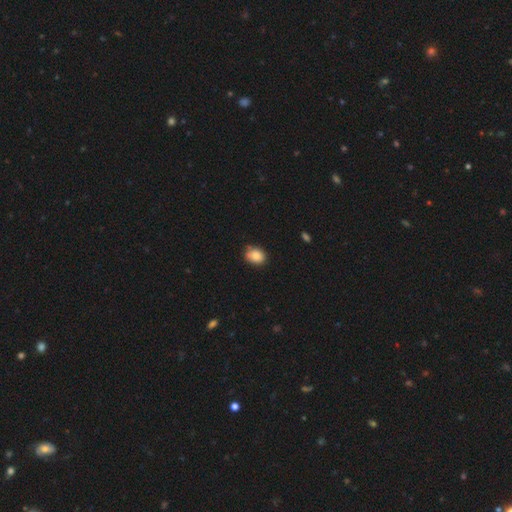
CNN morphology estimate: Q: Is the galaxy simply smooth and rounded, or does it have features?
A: smooth — 84%.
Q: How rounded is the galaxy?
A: in between — 62%.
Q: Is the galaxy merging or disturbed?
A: none — 72%.